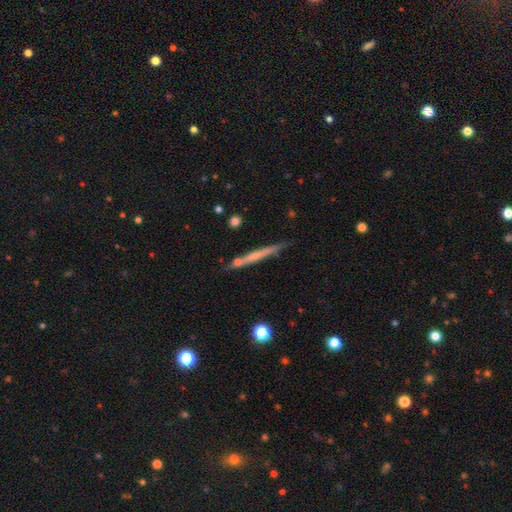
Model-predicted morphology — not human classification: type=featured or disk (48%); merging=none (79%).